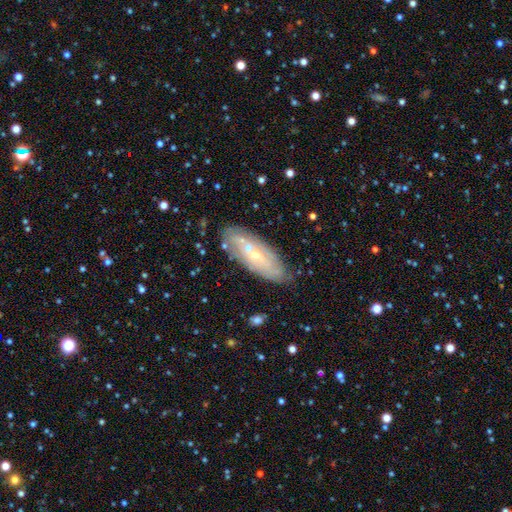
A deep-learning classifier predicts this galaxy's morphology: This appears to be a featured or disk galaxy (65%) with no bar (74%), spiral arms (61%) and a small central bulge (72%). Merging: none (71%).